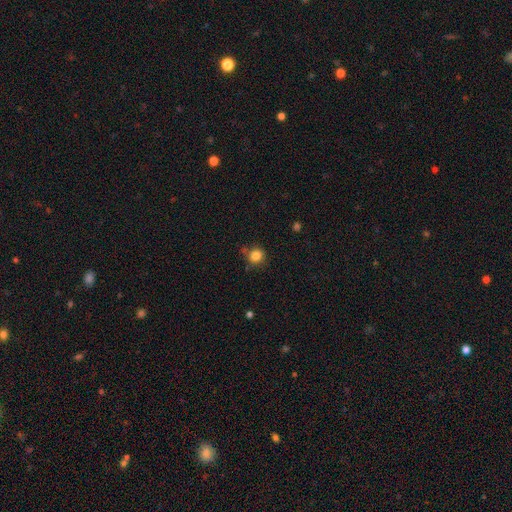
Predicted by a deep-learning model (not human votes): Q: Smooth or featured?
A: smooth (83%); runner-up: star or artifact (11%)
Q: How rounded?
A: round (89%); runner-up: in between (10%)
Q: Merging?
A: none (77%); runner-up: minor disturbance (14%)